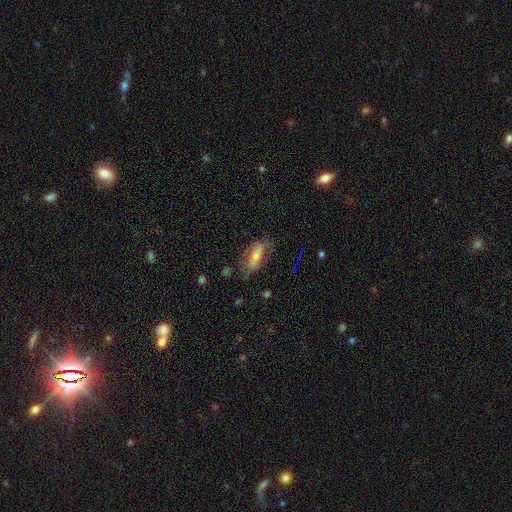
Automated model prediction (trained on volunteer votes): A smooth galaxy with no disk features (49%). Merging: none (64%).